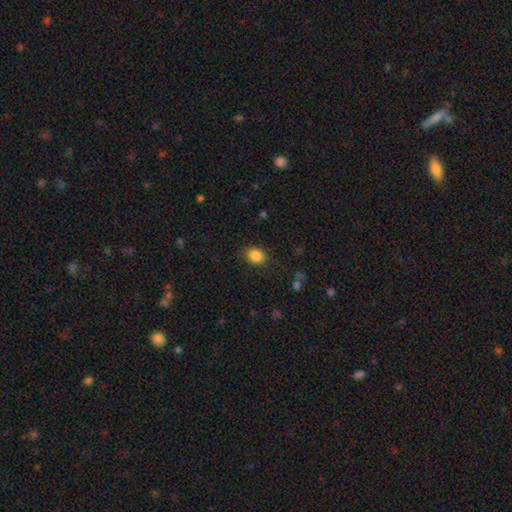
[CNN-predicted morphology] smooth 86%, star or artifact 10%, featured or disk 4%. Down the decision tree: how rounded — round (56%); merging — none (85%).